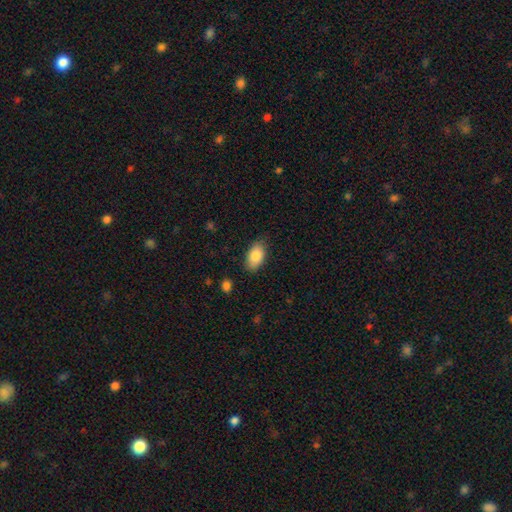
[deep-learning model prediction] This appears to be a smooth galaxy with no disk features (84%) that is in between round and cigar-shaped (93%). Merging: none (82%).